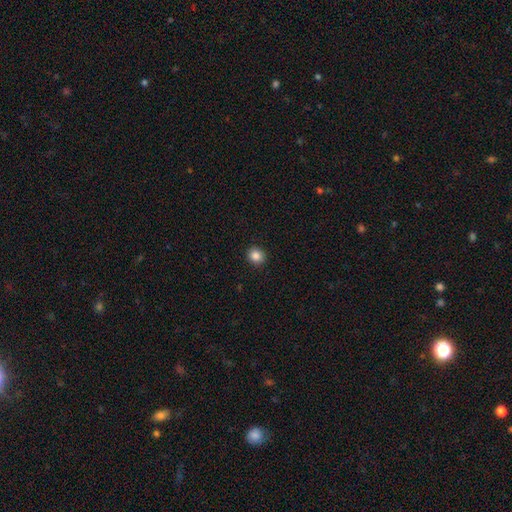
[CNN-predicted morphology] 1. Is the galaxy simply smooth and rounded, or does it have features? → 86% smooth, 10% star or artifact, 4% featured or disk.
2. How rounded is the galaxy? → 83% round, 16% in between, 1% cigar-shaped.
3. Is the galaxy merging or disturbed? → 92% none, 5% minor disturbance, 2% major disturbance, 1% merger.